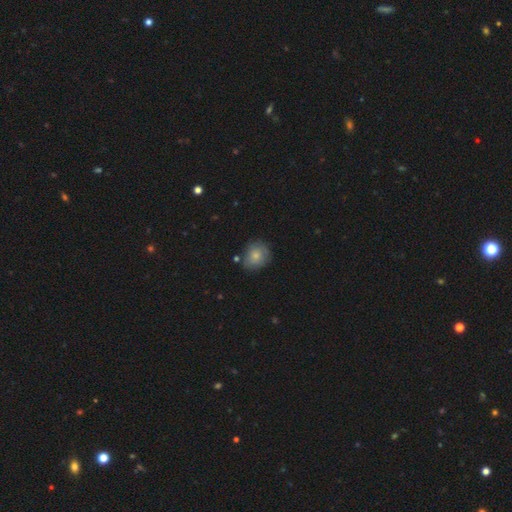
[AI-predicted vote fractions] Q: Smooth or featured?
A: smooth (73%); runner-up: featured or disk (19%)
Q: How rounded?
A: round (70%); runner-up: in between (29%)
Q: Merging?
A: none (73%); runner-up: minor disturbance (19%)